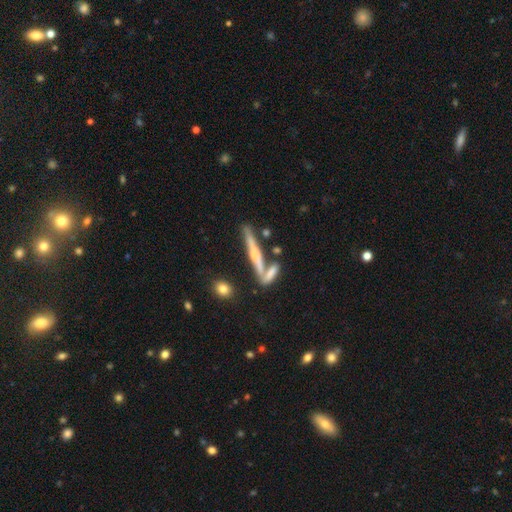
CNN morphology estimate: A featured or disk galaxy (61%) viewed edge-on (93%) with a rounded central bulge (63%). Merging: none (64%).